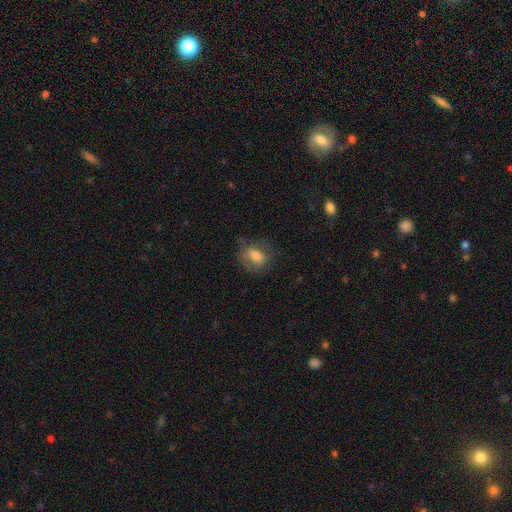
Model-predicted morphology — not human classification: Smooth or featured? smooth (69%)
How rounded? in between (64%)
Merging? none (61%)